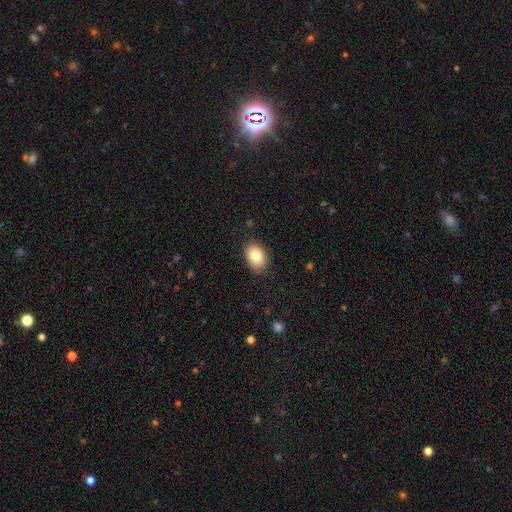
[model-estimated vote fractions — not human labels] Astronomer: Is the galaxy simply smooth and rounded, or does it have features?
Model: smooth — 85%.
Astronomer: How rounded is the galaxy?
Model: in between — 83%.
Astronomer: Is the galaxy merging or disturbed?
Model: none — 86%.